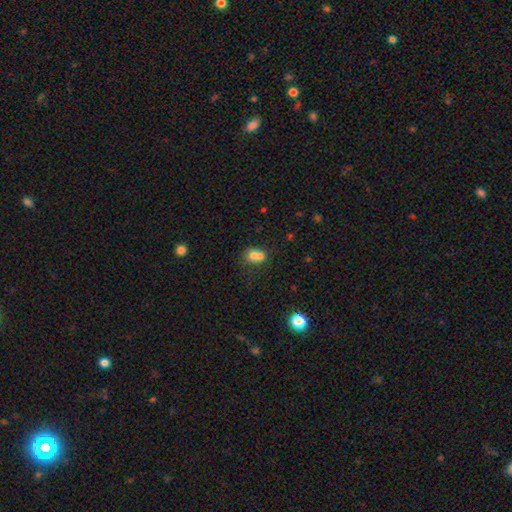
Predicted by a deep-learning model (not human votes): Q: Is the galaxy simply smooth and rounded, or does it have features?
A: smooth — 70%.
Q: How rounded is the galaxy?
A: round — 62%.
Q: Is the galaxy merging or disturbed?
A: merger — 62%.